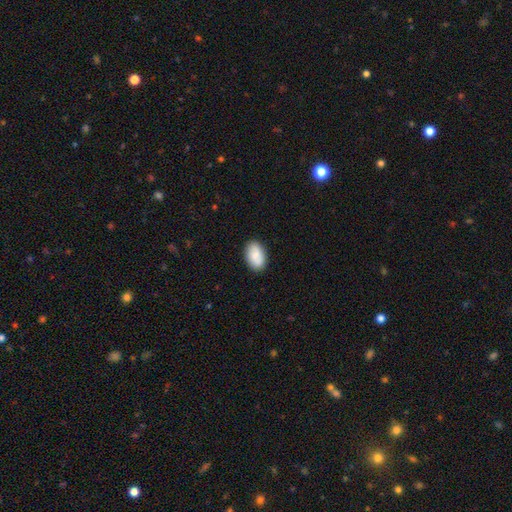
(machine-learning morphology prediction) A smooth galaxy with no disk features (84%) that is in between round and cigar-shaped (92%). Merging: none (87%).